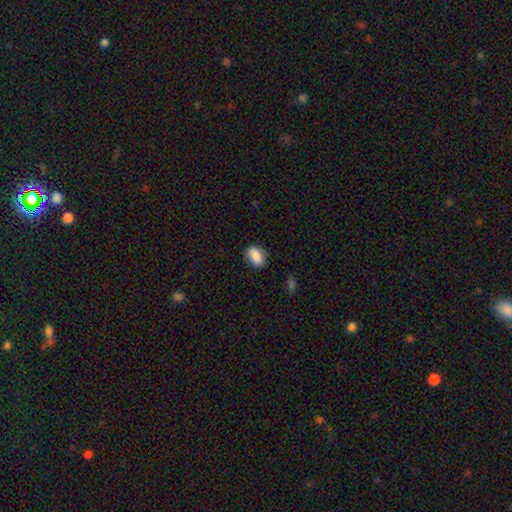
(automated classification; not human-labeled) A smooth galaxy with no disk features (89%) that is in between round and cigar-shaped (85%). Merging: none (84%).